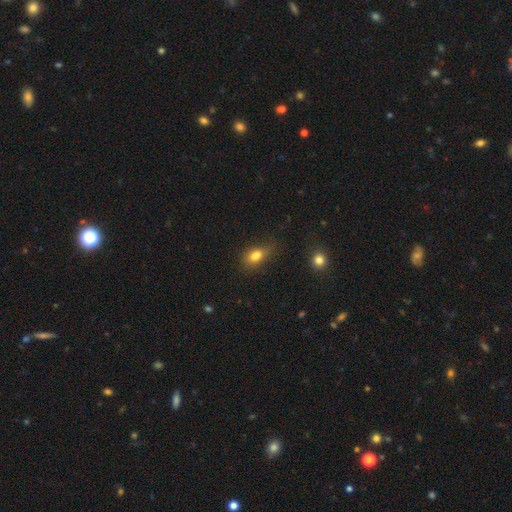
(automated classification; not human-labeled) This is likely a smooth galaxy (79%). How rounded: clearly in between (81%). Merging: possibly none (50%).